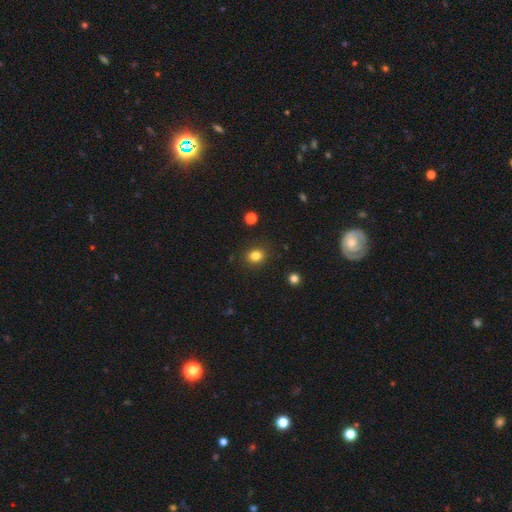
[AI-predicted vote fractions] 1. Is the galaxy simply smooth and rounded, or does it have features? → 83% smooth, 12% star or artifact, 5% featured or disk.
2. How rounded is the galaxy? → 62% round, 37% in between, 1% cigar-shaped.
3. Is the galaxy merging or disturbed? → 88% none, 8% minor disturbance, 2% major disturbance, 1% merger.